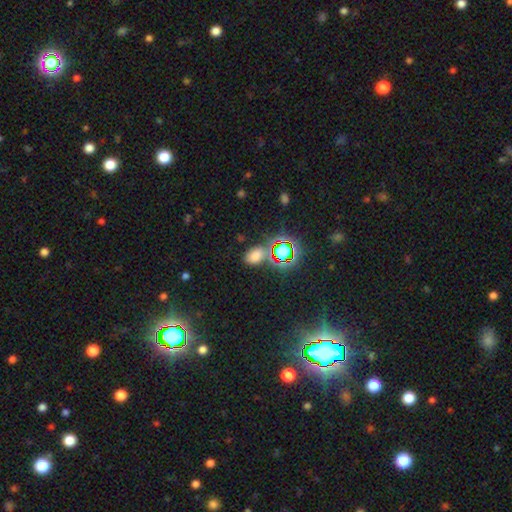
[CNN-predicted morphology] smooth-or-featured: smooth: 61% | star or artifact: 32% | featured or disk: 7%
  how-rounded: in between: 83% | round: 15% | cigar-shaped: 2%
  merging: none: 73% | minor disturbance: 14% | merger: 8% | major disturbance: 5%